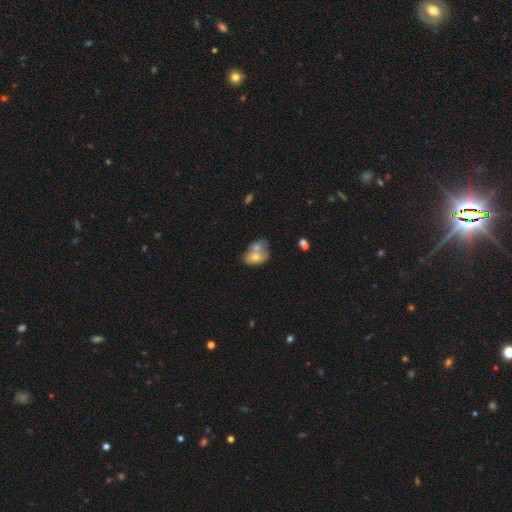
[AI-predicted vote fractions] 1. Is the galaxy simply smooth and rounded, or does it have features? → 62% smooth, 30% featured or disk, 8% star or artifact.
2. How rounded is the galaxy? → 69% in between, 30% round, 1% cigar-shaped.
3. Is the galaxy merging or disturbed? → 63% merger, 21% none, 11% minor disturbance, 5% major disturbance.